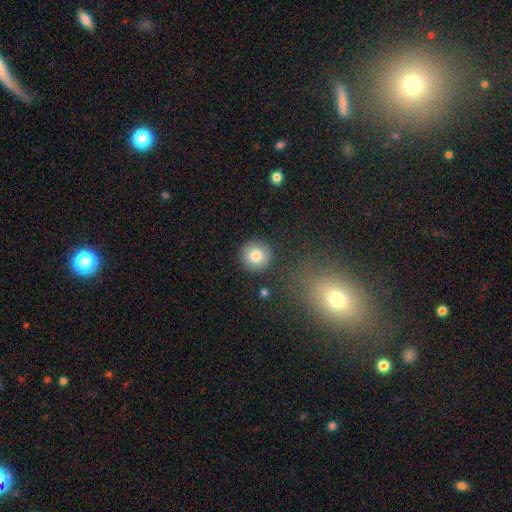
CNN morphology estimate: Smooth or featured?
  - smooth: 82% *
  - star or artifact: 9%
  - featured or disk: 9%
How rounded?
  - round: 94% *
  - in between: 5%
  - cigar-shaped: 1%
Merging?
  - none: 89% *
  - minor disturbance: 6%
  - major disturbance: 2%
  - merger: 2%